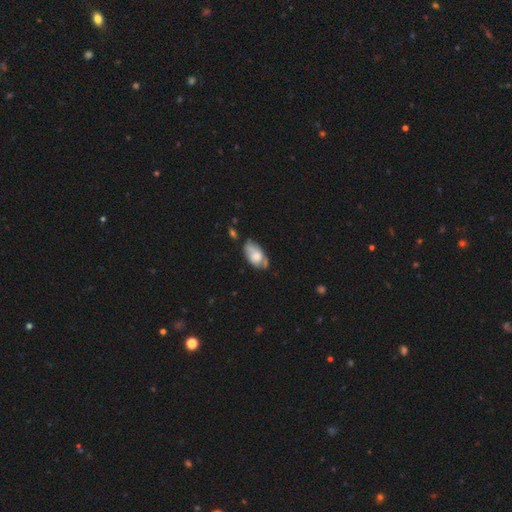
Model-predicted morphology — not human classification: This appears to be a smooth galaxy with no disk features (61%) that is in between round and cigar-shaped (92%). Merging: none (45%).